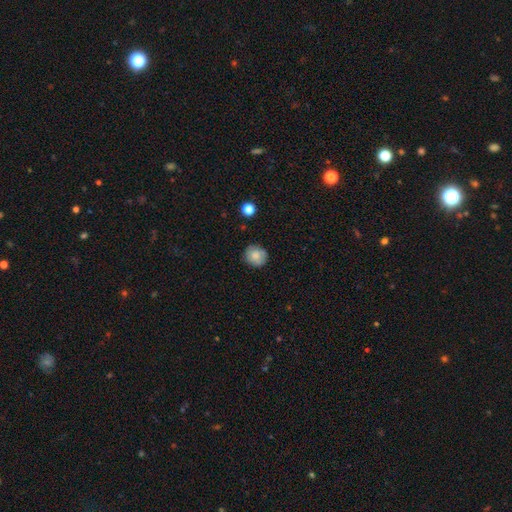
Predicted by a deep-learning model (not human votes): smooth_or_featured: smooth (p=0.79) [alt: featured or disk p=0.13]
how_rounded: round (p=0.89) [alt: in between p=0.10]
merging: none (p=0.82) [alt: minor disturbance p=0.13]